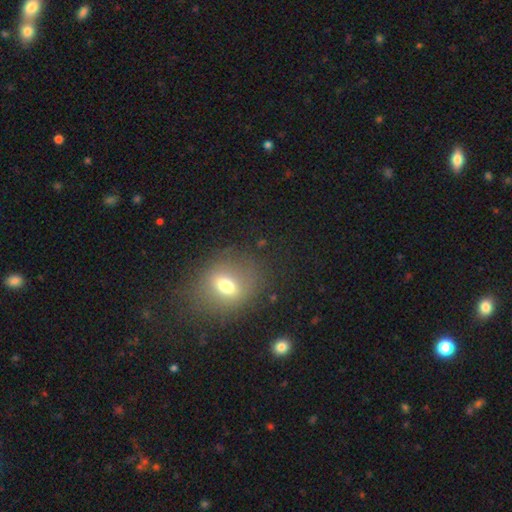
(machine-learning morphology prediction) Q: Smooth or featured?
A: smooth (58%); runner-up: star or artifact (22%)
Q: How rounded?
A: round (53%); runner-up: in between (45%)
Q: Merging?
A: none (82%); runner-up: minor disturbance (12%)